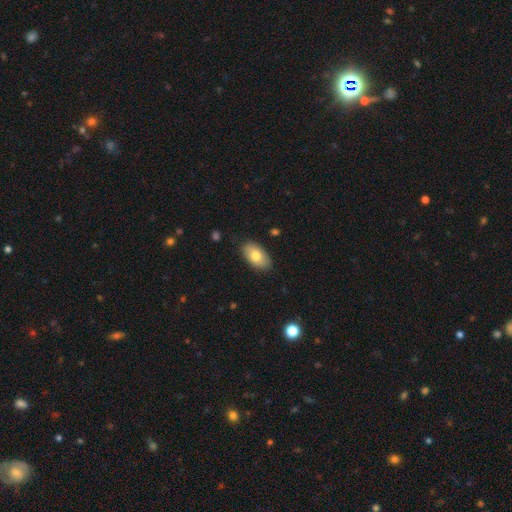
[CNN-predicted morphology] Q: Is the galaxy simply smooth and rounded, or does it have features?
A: smooth — 76%.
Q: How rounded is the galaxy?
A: in between — 94%.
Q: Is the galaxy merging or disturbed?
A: none — 85%.